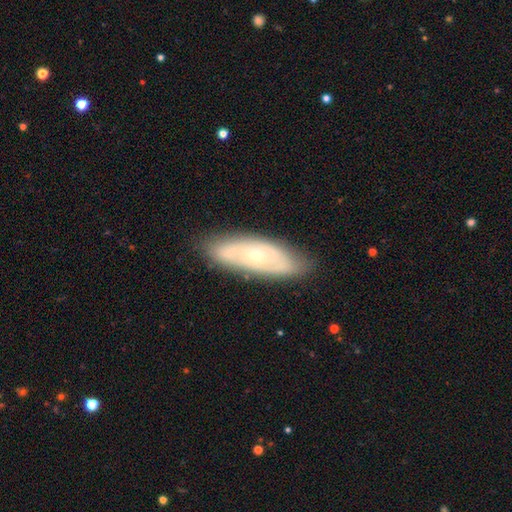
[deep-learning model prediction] smooth_or_featured: featured or disk (p=0.68) [alt: smooth p=0.26]
disk_edge_on: no (p=0.85) [alt: yes p=0.15]
bar: no (p=0.66) [alt: weak p=0.28]
has_spiral_arms: yes (p=0.81) [alt: no p=0.19]
bulge_size: small (p=0.65) [alt: moderate p=0.28]
merging: none (p=0.80) [alt: minor disturbance p=0.15]